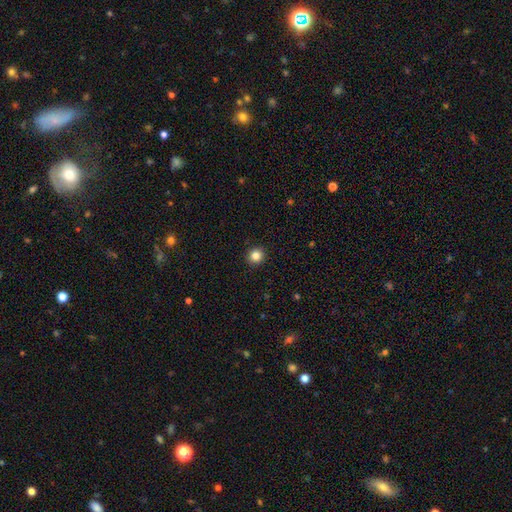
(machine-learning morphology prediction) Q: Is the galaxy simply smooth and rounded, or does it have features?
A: smooth — 84%.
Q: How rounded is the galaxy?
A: round — 92%.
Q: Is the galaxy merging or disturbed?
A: none — 93%.